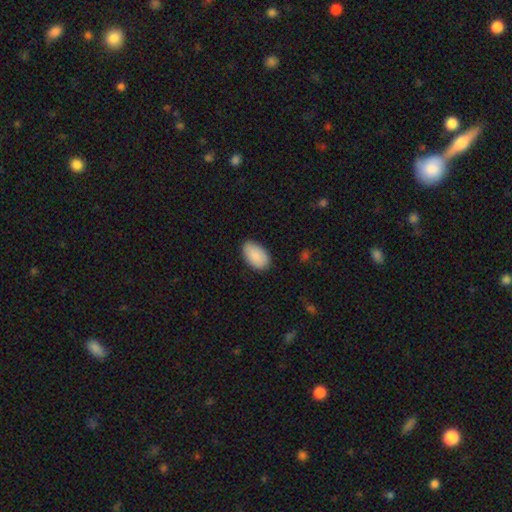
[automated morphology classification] This appears to be a smooth galaxy with no disk features (89%) that is in between round and cigar-shaped (94%). Merging: none (79%).